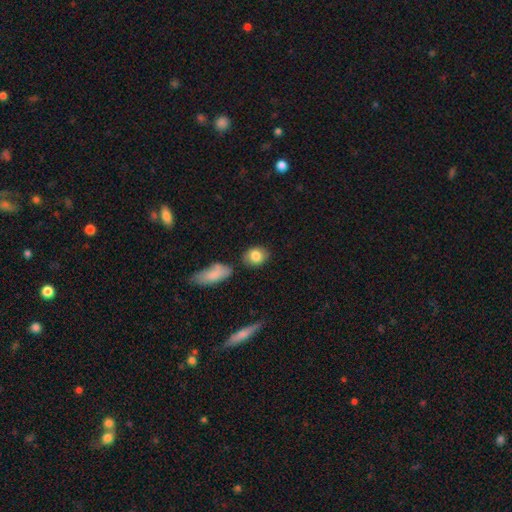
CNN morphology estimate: Q: Smooth or featured?
A: smooth (83%); runner-up: featured or disk (10%)
Q: How rounded?
A: in between (54%); runner-up: round (44%)
Q: Merging?
A: none (76%); runner-up: minor disturbance (15%)